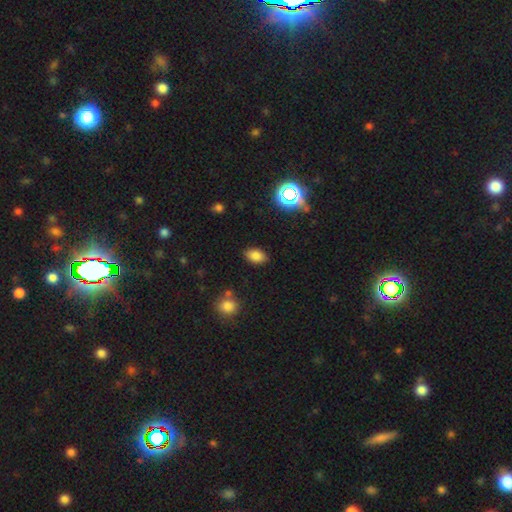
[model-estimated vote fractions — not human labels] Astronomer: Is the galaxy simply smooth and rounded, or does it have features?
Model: smooth — 80%.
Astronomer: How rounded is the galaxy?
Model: in between — 86%.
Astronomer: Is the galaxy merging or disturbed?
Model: none — 85%.